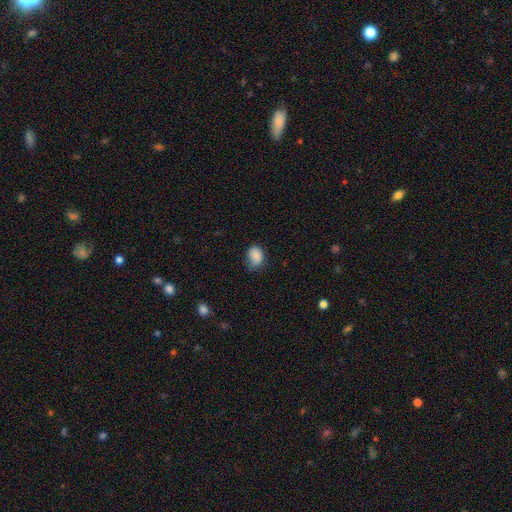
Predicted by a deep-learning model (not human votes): smooth 85%, star or artifact 9%, featured or disk 6%. Down the decision tree: how rounded — in between (66%); merging — none (55%).